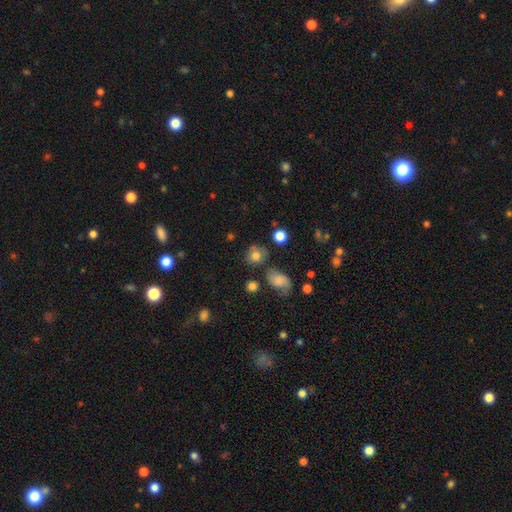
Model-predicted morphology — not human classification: A smooth galaxy with no disk features (76%) that is round (75%). Merging: none (66%).